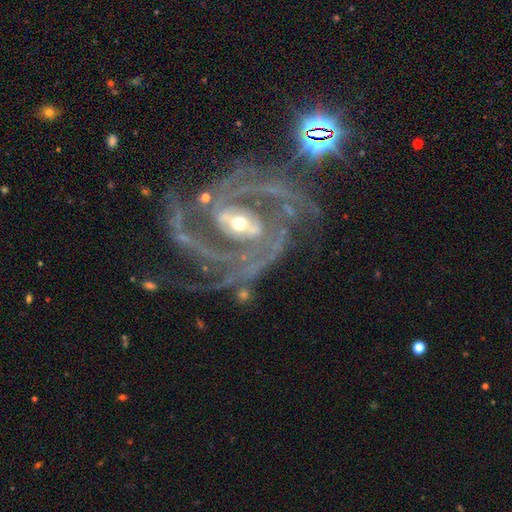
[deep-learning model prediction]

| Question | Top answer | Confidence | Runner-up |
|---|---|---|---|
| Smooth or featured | featured or disk | 92% | star or artifact (6%) |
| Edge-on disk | no | 98% | yes (2%) |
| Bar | weak | 36% | strong (35%) |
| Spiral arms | yes | 98% | no (2%) |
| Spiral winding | medium | 49% | tight (42%) |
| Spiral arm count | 2 | 45% | 3 (25%) |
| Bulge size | small | 49% | moderate (46%) |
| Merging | none | 61% | minor disturbance (19%) |